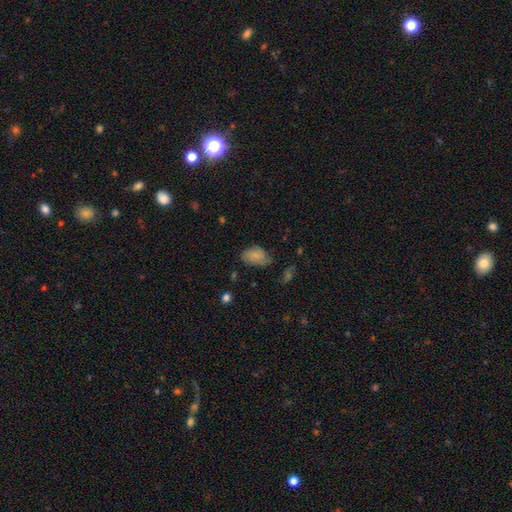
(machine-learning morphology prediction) Smooth or featured?
  - smooth: 67% *
  - featured or disk: 23%
  - star or artifact: 9%
How rounded?
  - in between: 88% *
  - round: 10%
  - cigar-shaped: 2%
Merging?
  - none: 55% *
  - minor disturbance: 31%
  - major disturbance: 11%
  - merger: 3%